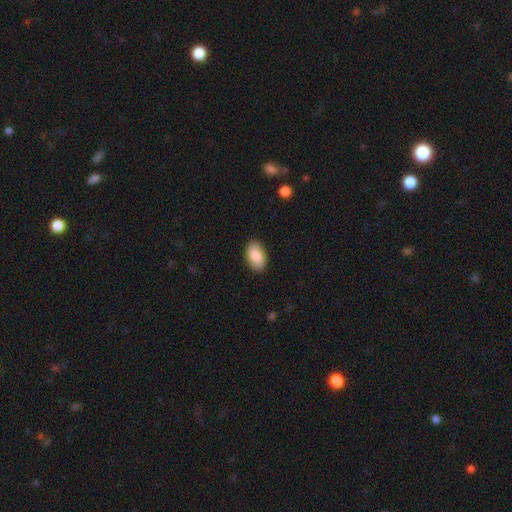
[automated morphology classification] type=smooth (87%); roundness=in between (93%); merging=none (88%).